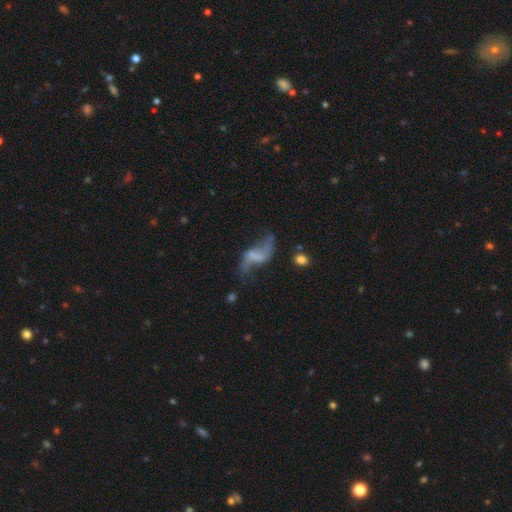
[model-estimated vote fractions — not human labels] The model was most divided on "bar": weak: 42%, no: 34%, strong: 24%. More confident: edge-on disk — no (95%); spiral winding — loose (92%); spiral arm count — 2 (90%); spiral arms — yes (89%); smooth or featured — featured or disk (78%); bulge size — none (62%); merging — none (57%).